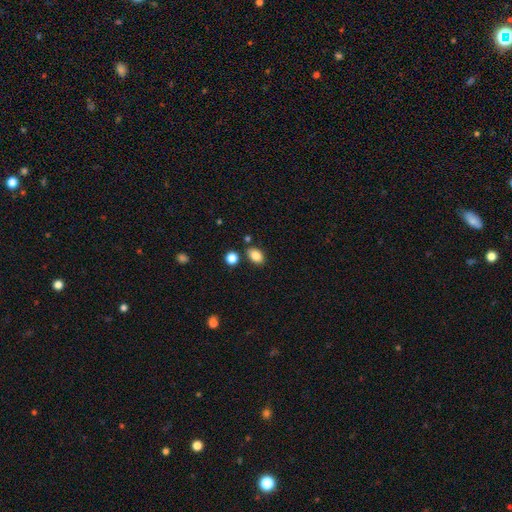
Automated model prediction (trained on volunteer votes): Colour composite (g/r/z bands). It shows a smooth galaxy with no disk features (85%) that is in between round and cigar-shaped (83%). Merging: none (80%).